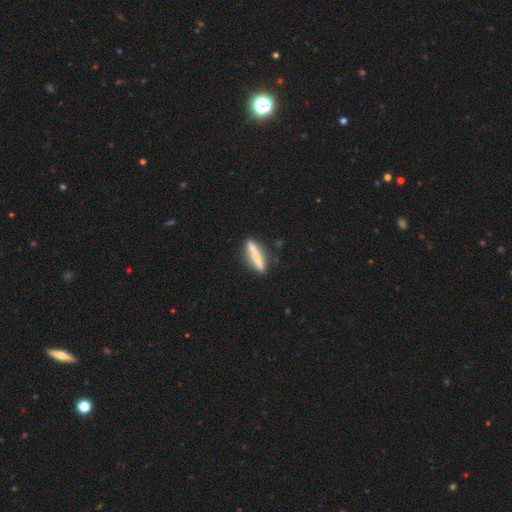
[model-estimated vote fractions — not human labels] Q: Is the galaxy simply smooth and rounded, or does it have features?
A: smooth — 65%.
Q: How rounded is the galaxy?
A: cigar-shaped — 89%.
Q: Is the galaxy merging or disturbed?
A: none — 87%.